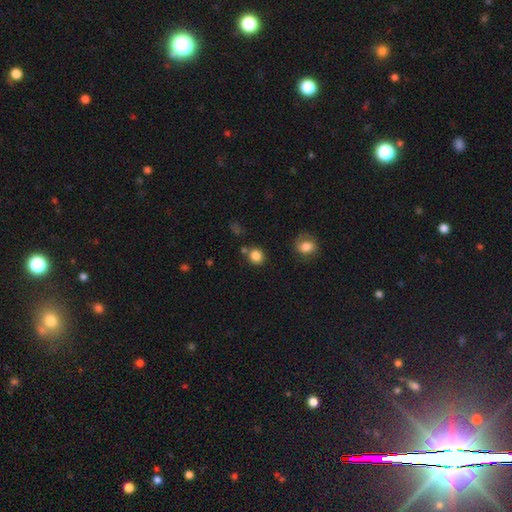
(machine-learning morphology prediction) A smooth galaxy with no disk features (85%) that is round (85%). Merging: none (76%).